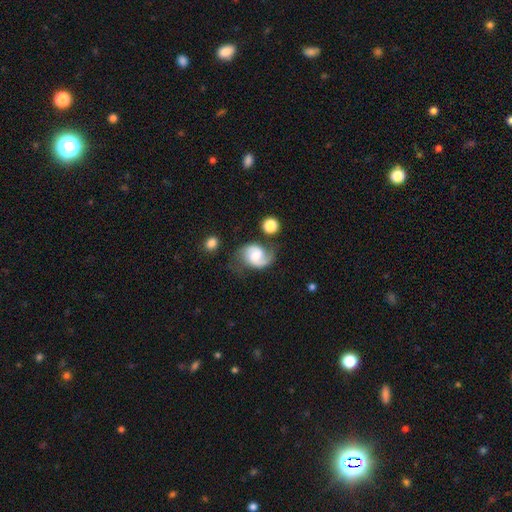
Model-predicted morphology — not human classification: featured or disk 79%, smooth 15%, star or artifact 6%. Down the decision tree: edge-on disk — no (98%); bar — no (49%); spiral arms — yes (95%); spiral arm count — 2 (82%); spiral winding — medium (49%); bulge size — moderate (61%); merging — none (61%).